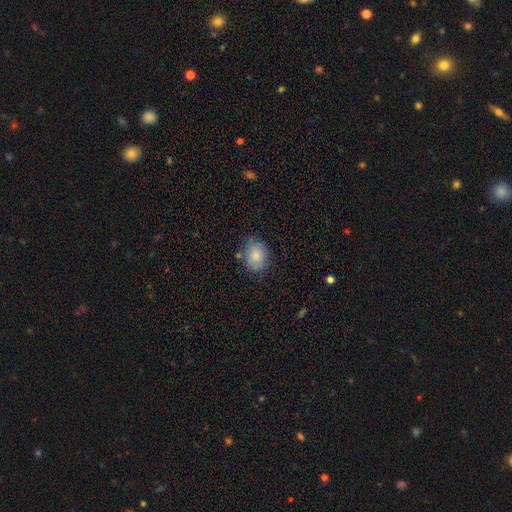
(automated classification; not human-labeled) Smooth or featured? Predicted: smooth (p=0.82). How rounded? Predicted: in between (p=0.57). Merging? Predicted: none (p=0.78).